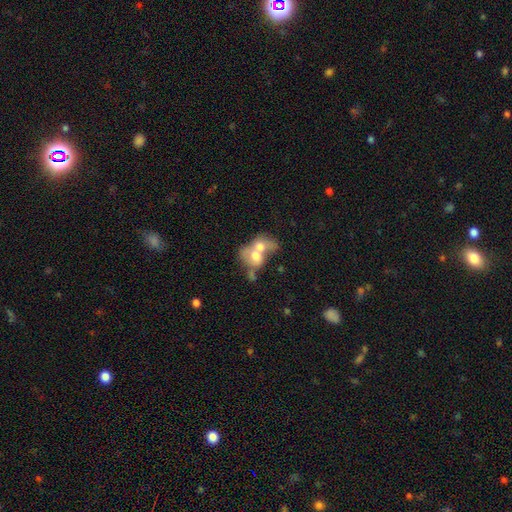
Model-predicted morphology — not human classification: This is possibly a smooth galaxy (59%). How rounded: possibly in between (58%). Merging: clearly merger (80%).